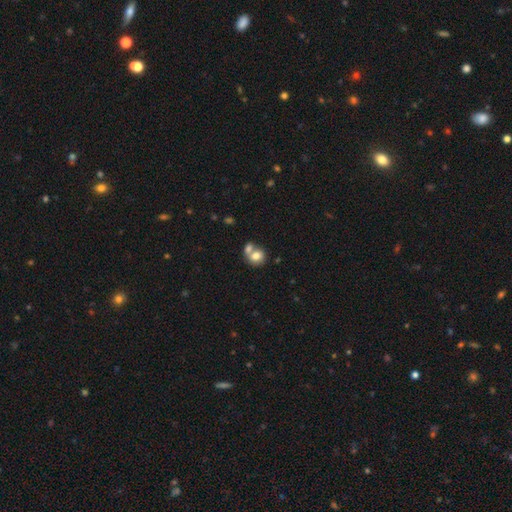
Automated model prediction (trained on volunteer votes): Overall: smooth (75%). How rounded: round (67%; in between 32%). Merging: merger (56%; none 32%).